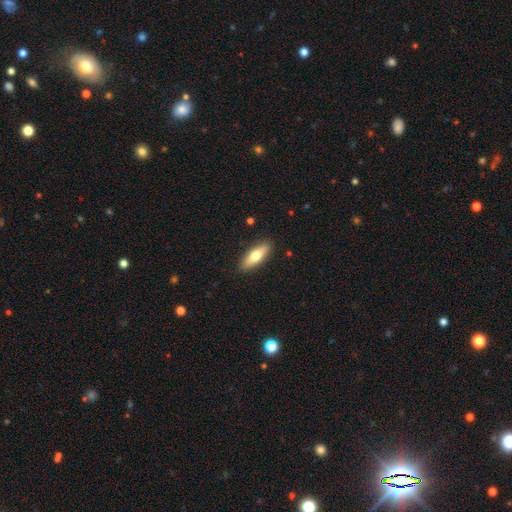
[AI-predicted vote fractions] Smooth or featured: smooth — 65% (featured or disk — 29%)
How rounded: in between — 55% (cigar-shaped — 42%)
Merging: none — 89% (minor disturbance — 8%)